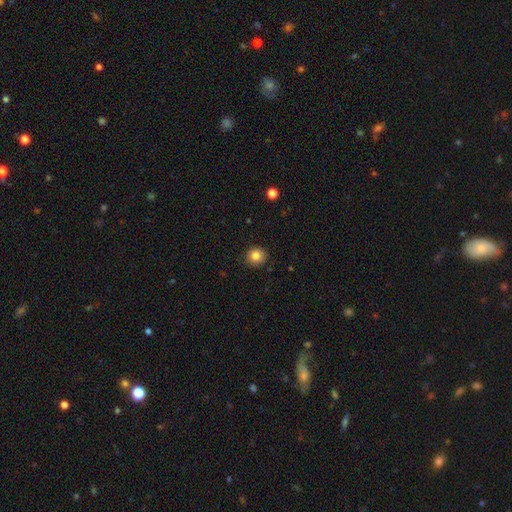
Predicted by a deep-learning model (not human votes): Q: Smooth or featured?
A: smooth (83%); runner-up: star or artifact (10%)
Q: How rounded?
A: round (84%); runner-up: in between (15%)
Q: Merging?
A: none (87%); runner-up: minor disturbance (9%)